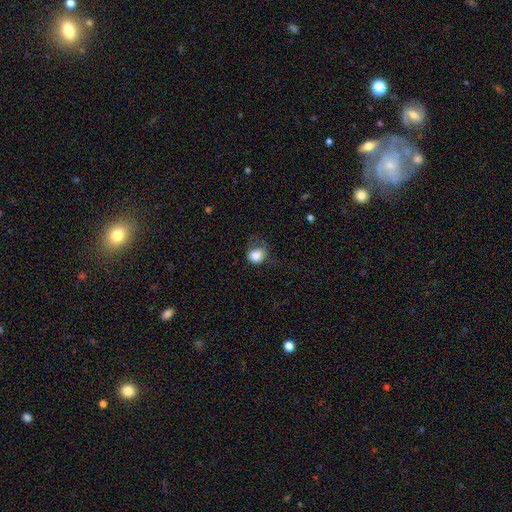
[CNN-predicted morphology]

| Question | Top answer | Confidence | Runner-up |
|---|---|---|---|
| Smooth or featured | smooth | 83% | star or artifact (9%) |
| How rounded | round | 64% | in between (35%) |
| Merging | none | 43% | minor disturbance (31%) |